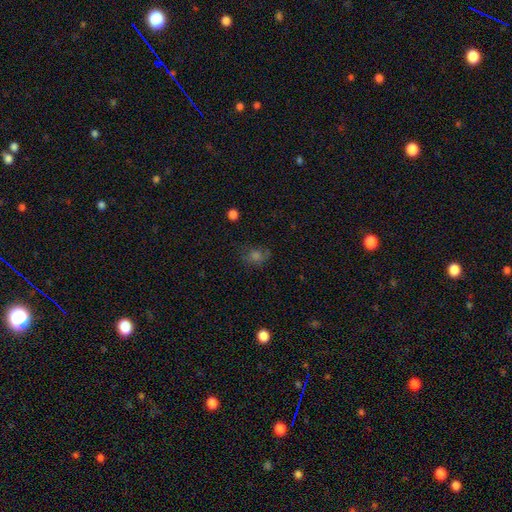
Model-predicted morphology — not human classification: A smooth galaxy with no disk features (56%) that is round (56%). Merging: none (65%).